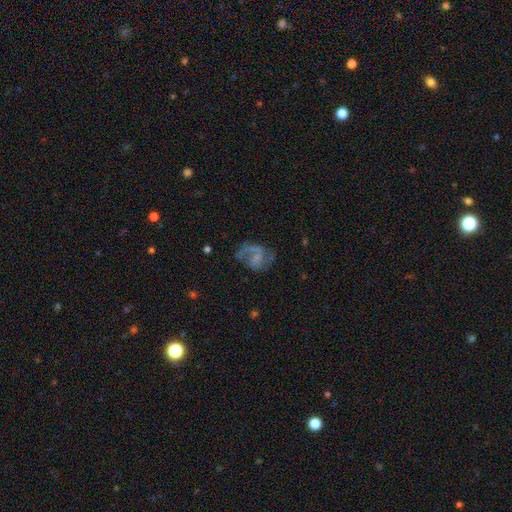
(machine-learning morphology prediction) Smooth or featured: featured or disk — 57% (smooth — 30%)
Edge-on disk: no — 98% (yes — 2%)
Bar: no — 60% (weak — 30%)
Spiral arms: yes — 66% (no — 34%)
Bulge size: none — 64% (small — 20%)
Merging: none — 42% (major disturbance — 33%)